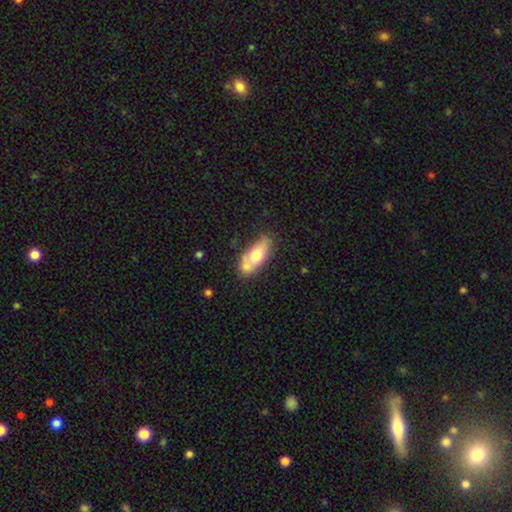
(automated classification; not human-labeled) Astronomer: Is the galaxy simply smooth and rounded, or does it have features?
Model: smooth — 62%.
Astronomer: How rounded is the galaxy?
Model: in between — 74%.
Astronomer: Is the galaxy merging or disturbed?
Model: none — 50% (runner-up: merger, 25%).